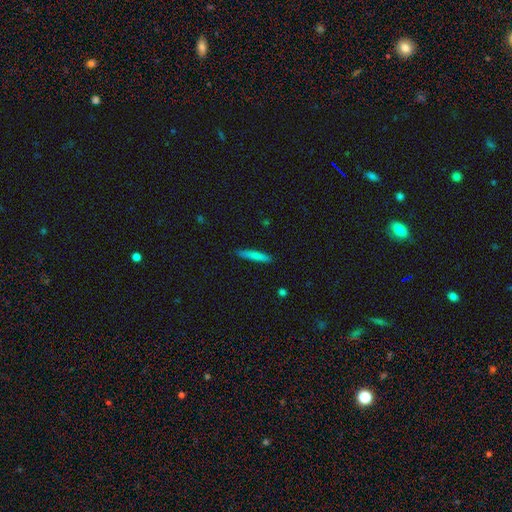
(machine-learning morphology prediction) smooth-or-featured: smooth: 78% | featured or disk: 16% | star or artifact: 6%
  how-rounded: cigar-shaped: 93% | in between: 6% | round: 1%
  merging: none: 89% | minor disturbance: 8% | major disturbance: 2% | merger: 1%